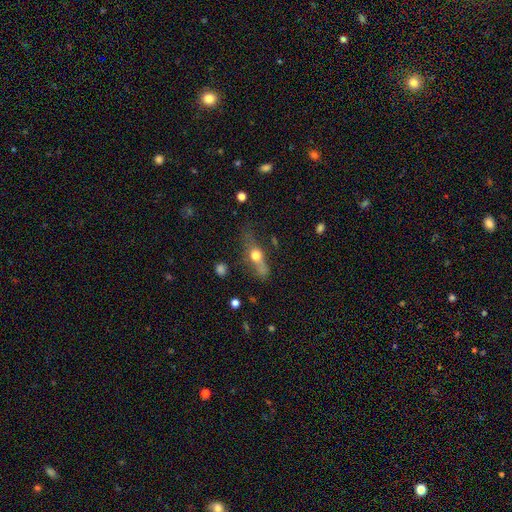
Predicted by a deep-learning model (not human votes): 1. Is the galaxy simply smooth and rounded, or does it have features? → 56% smooth, 32% featured or disk, 12% star or artifact.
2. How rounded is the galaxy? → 40% in between, 36% cigar-shaped, 24% round.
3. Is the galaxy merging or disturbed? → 42% none, 25% minor disturbance, 25% major disturbance, 7% merger.